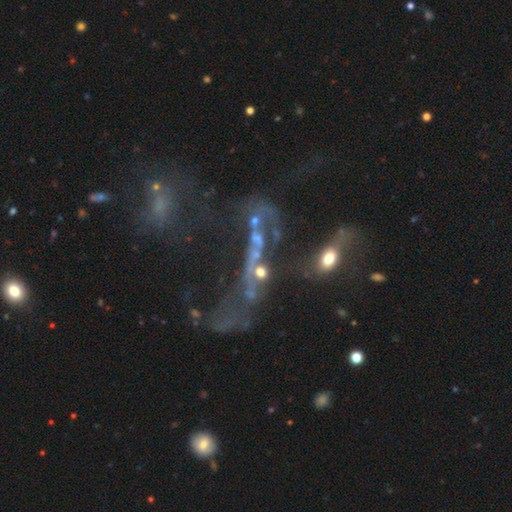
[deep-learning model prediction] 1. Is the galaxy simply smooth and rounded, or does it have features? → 47% featured or disk, 35% star or artifact, 19% smooth.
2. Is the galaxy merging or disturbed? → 41% merger, 31% major disturbance, 20% none, 9% minor disturbance.